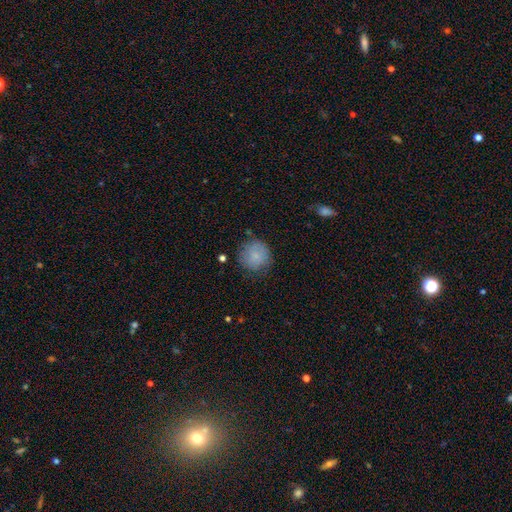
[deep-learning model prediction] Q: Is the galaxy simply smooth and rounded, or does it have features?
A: smooth — 82%.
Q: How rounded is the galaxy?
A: round — 92%.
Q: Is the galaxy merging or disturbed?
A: none — 73%.